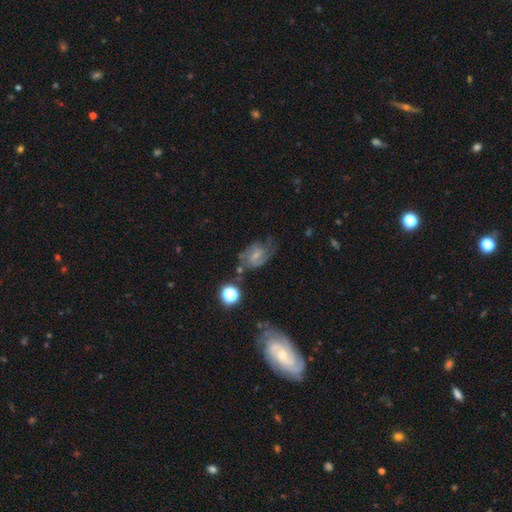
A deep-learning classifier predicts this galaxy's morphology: featured or disk 66%, smooth 23%, star or artifact 11%. Down the decision tree: edge-on disk — no (97%); bar — weak (56%); spiral arms — yes (89%); spiral arm count — 2 (74%); spiral winding — medium (50%); bulge size — small (57%); merging — none (58%).